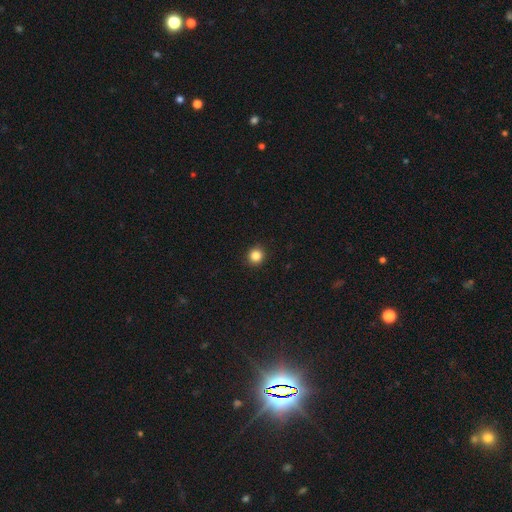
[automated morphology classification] Smooth or featured? smooth (85%)
How rounded? round (92%)
Merging? none (92%)